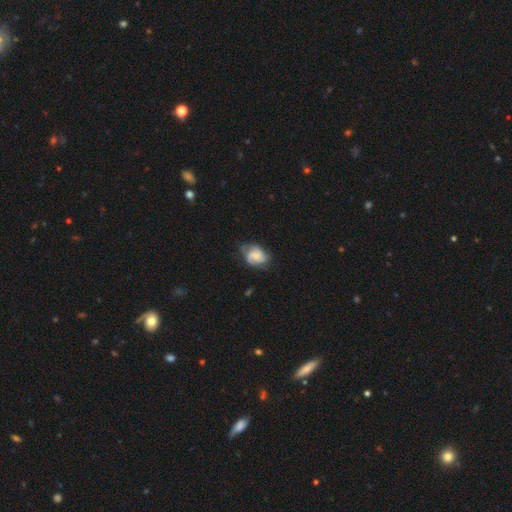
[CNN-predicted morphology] type=featured or disk (61%); edge-on=no (98%); bar=no (55%); spiral arms=yes (91%); winding=medium (45%); arm count=2 (53%); bulge=small (35%); merging=none (58%).